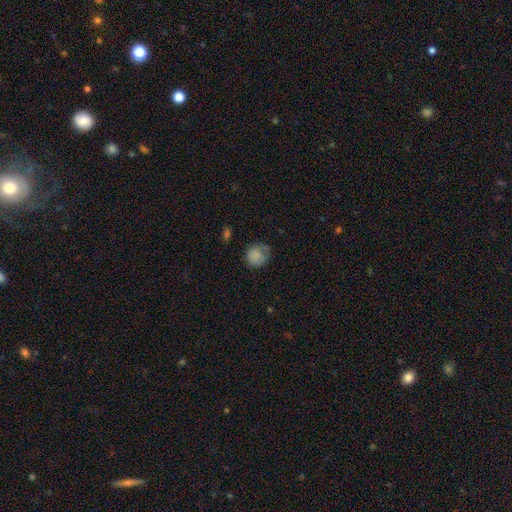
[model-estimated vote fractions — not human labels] Smooth or featured: smooth — 82% (featured or disk — 9%)
How rounded: round — 84% (in between — 15%)
Merging: none — 65% (minor disturbance — 25%)